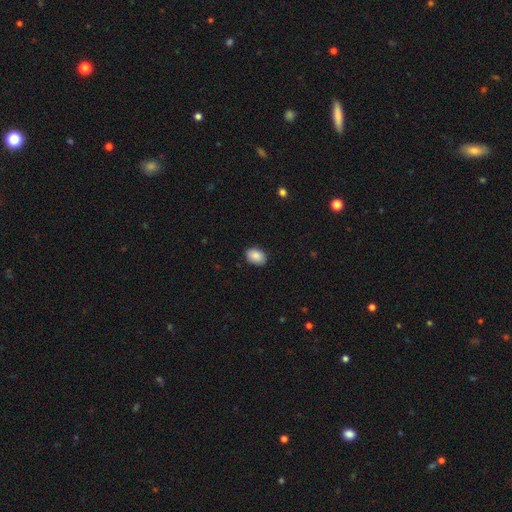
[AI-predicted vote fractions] smooth 88%, star or artifact 7%, featured or disk 4%. Down the decision tree: how rounded — in between (81%); merging — none (88%).